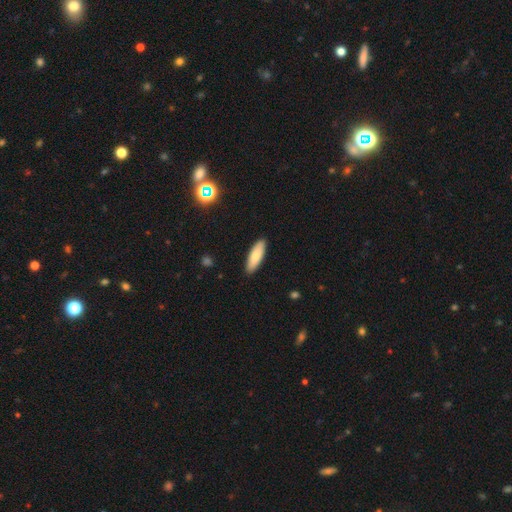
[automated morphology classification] type=smooth (82%); roundness=in between (53%); merging=none (89%).